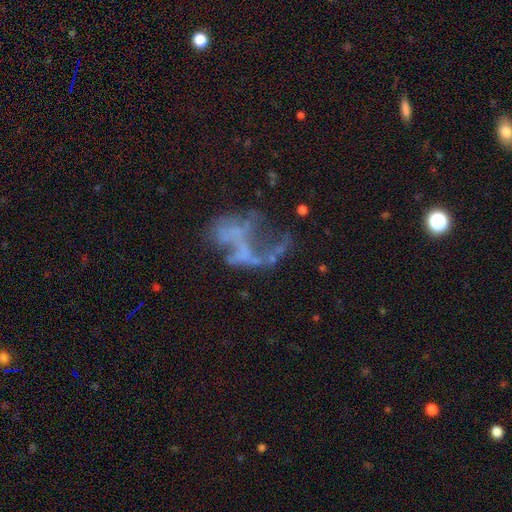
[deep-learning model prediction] The model was most divided on "merging": major disturbance: 45%, none: 27%, merger: 15%, minor disturbance: 12%. More confident: edge-on disk — no (97%); bar — no (85%); bulge size — none (85%); spiral arms — no (80%); smooth or featured — featured or disk (63%).